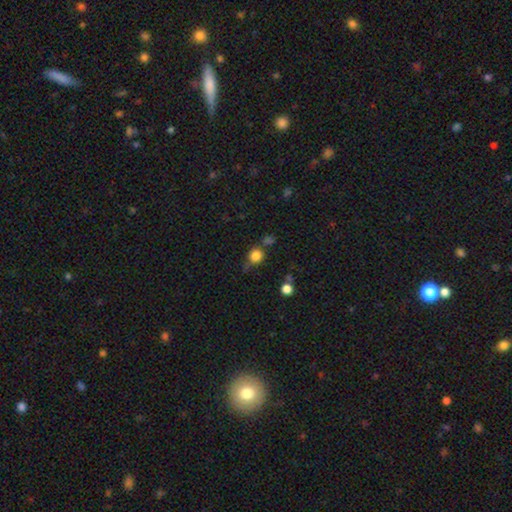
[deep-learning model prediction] Smooth or featured: smooth — 81% (star or artifact — 13%)
How rounded: round — 84% (in between — 15%)
Merging: none — 67% (minor disturbance — 16%)